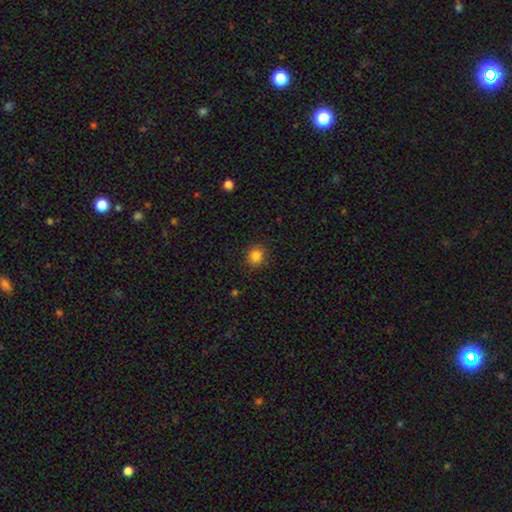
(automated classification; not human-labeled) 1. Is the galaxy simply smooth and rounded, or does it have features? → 84% smooth, 11% star or artifact, 5% featured or disk.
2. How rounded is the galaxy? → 80% round, 19% in between, 1% cigar-shaped.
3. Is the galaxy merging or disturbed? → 88% none, 8% minor disturbance, 2% major disturbance, 1% merger.